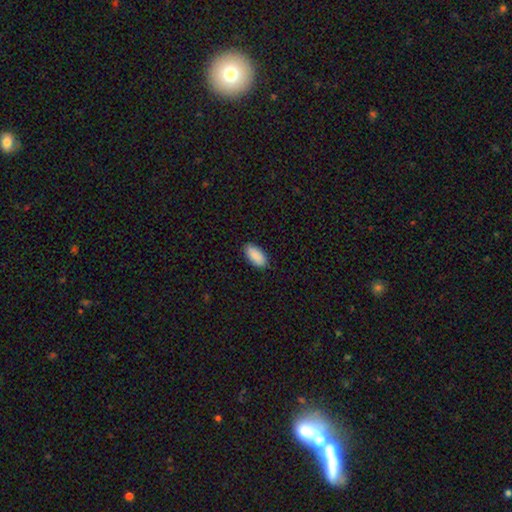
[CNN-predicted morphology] A smooth galaxy with no disk features (90%) that is in between round and cigar-shaped (92%).

Vote fractions:
- Smooth or featured? smooth: 90% / star or artifact: 6% / featured or disk: 4%
- How rounded? in between: 92% / cigar-shaped: 6% / round: 2%
- Merging? none: 88% / minor disturbance: 9% / major disturbance: 2% / merger: 1%